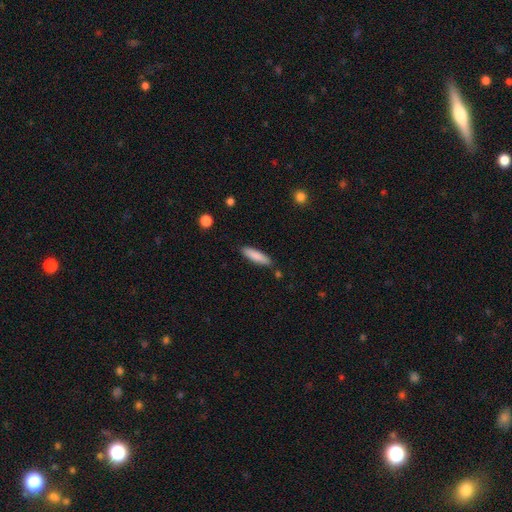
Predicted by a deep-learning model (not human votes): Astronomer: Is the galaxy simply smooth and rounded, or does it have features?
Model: smooth — 84%.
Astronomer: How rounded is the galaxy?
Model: cigar-shaped — 73%.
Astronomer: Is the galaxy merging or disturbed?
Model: none — 85%.